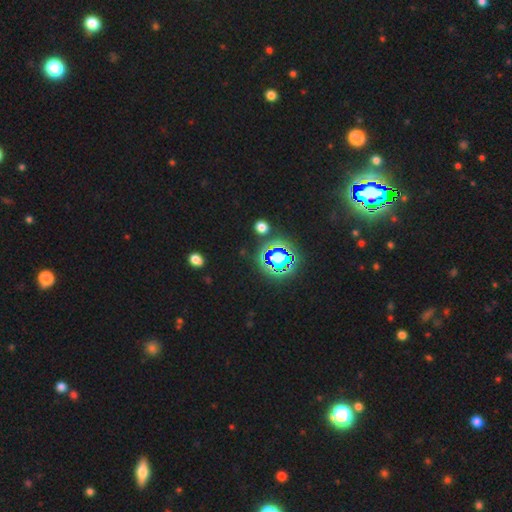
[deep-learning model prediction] Smooth or featured? Predicted: star or artifact (p=0.77).